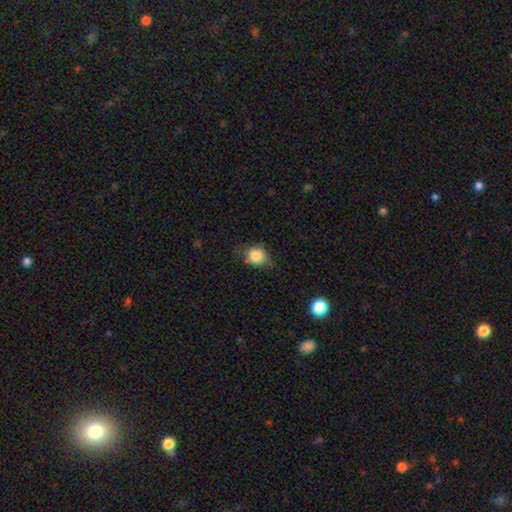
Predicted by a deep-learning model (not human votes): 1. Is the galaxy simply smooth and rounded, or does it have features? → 83% smooth, 9% star or artifact, 8% featured or disk.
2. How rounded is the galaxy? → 65% round, 34% in between, 1% cigar-shaped.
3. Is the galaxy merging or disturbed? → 60% none, 30% minor disturbance, 8% major disturbance, 2% merger.